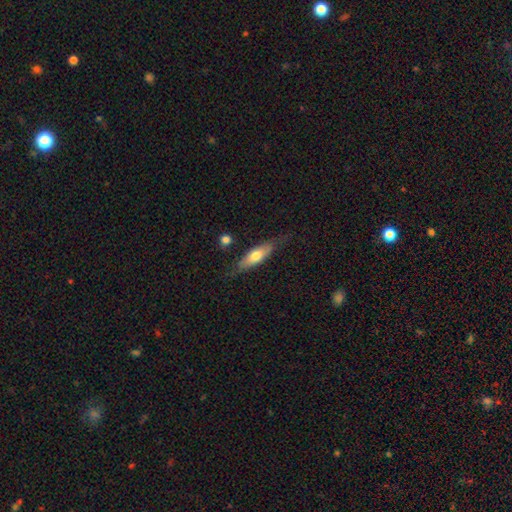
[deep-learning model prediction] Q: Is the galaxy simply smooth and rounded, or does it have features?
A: smooth — 58%.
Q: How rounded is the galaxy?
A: cigar-shaped — 50%.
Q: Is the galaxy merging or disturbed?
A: none — 70%.